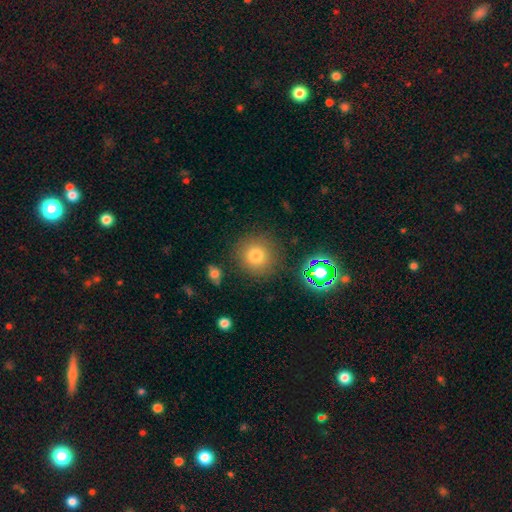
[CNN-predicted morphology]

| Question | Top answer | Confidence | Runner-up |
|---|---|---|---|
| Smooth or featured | smooth | 76% | star or artifact (15%) |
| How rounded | round | 91% | in between (8%) |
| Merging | none | 85% | minor disturbance (9%) |